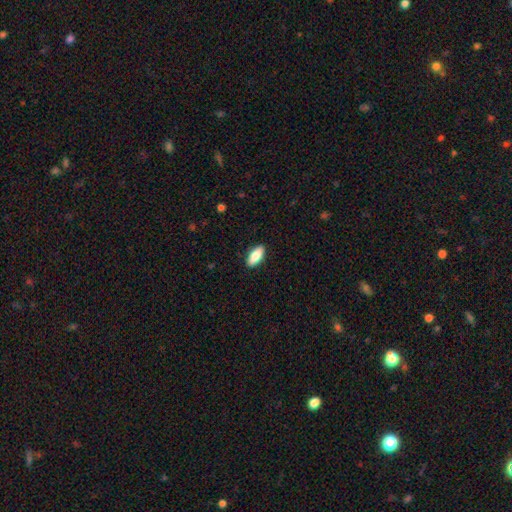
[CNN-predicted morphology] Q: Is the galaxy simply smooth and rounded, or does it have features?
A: smooth — 80%.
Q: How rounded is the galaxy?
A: in between — 81%.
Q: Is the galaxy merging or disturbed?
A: none — 89%.